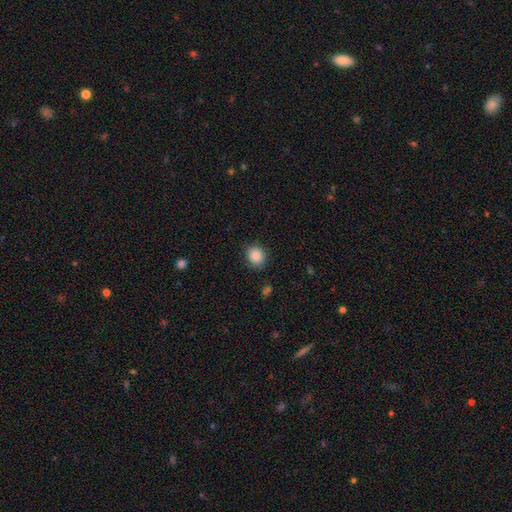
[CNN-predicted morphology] Smooth or featured: smooth — 88% (star or artifact — 9%)
How rounded: round — 67% (in between — 32%)
Merging: none — 87% (minor disturbance — 9%)